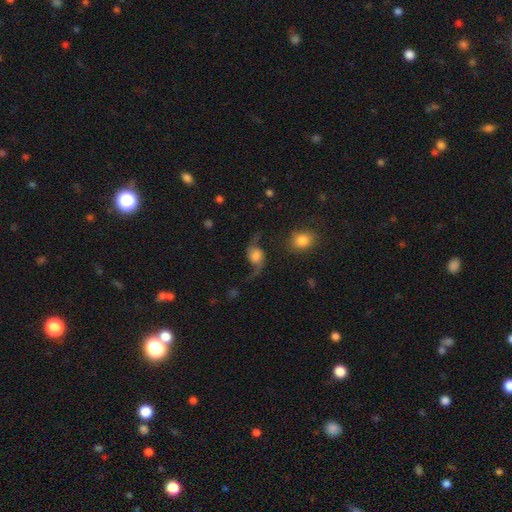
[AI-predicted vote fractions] A featured or disk galaxy (70%) with no bar (65%), 2 (90%) loose (88%) spiral arms (94%) and a large central bulge (34%). Merging: none (57%).